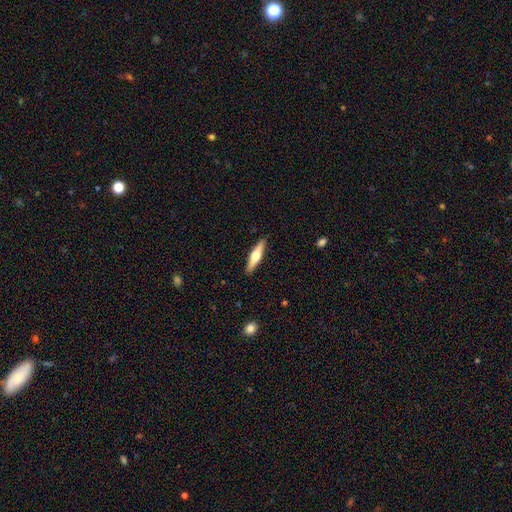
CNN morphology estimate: smooth-or-featured: featured or disk: 52% | smooth: 43% | star or artifact: 5%
  disk-edge-on: yes: 95% | no: 5%
  merging: none: 90% | minor disturbance: 7% | major disturbance: 2% | merger: 1%